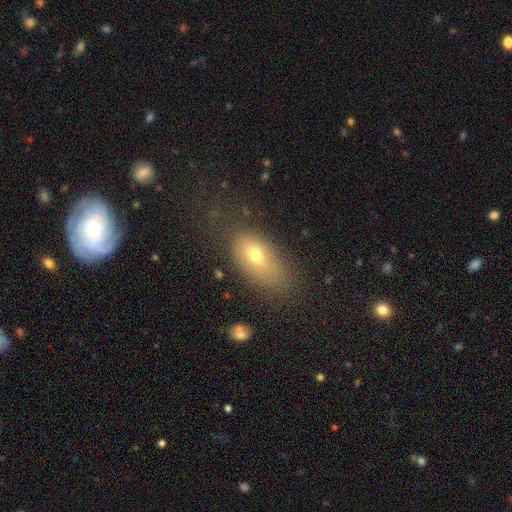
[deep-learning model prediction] smooth-or-featured: smooth: 70% | featured or disk: 19% | star or artifact: 11%
  how-rounded: in between: 87% | round: 8% | cigar-shaped: 5%
  merging: none: 67% | minor disturbance: 20% | major disturbance: 11% | merger: 3%